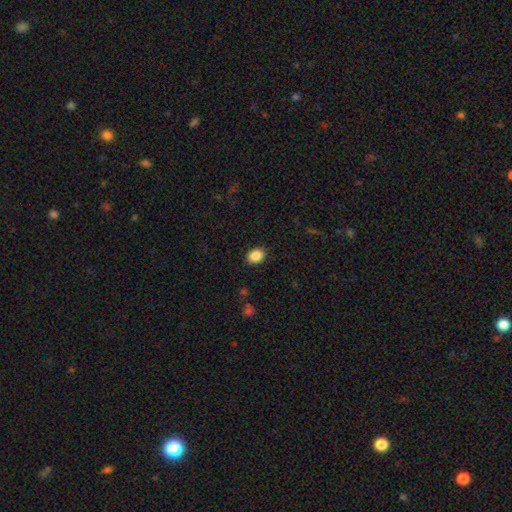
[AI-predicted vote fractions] Smooth or featured: smooth — 88% (star or artifact — 9%)
How rounded: in between — 63% (round — 36%)
Merging: none — 89% (minor disturbance — 8%)